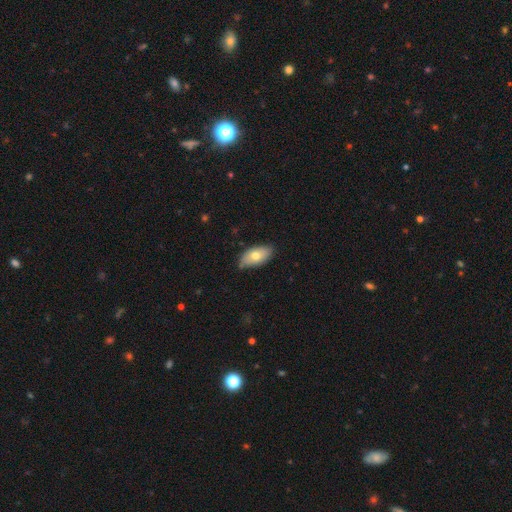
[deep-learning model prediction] Smooth or featured: smooth — 69% (featured or disk — 24%)
How rounded: in between — 92% (cigar-shaped — 4%)
Merging: none — 74% (minor disturbance — 21%)